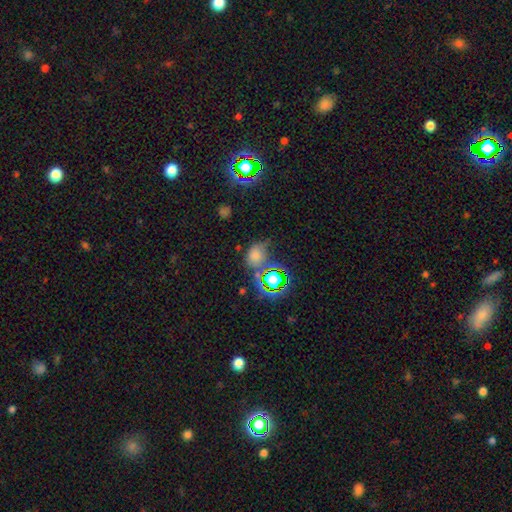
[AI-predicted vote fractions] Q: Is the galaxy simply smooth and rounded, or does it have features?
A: smooth — 46%.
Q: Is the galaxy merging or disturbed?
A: none — 59%.